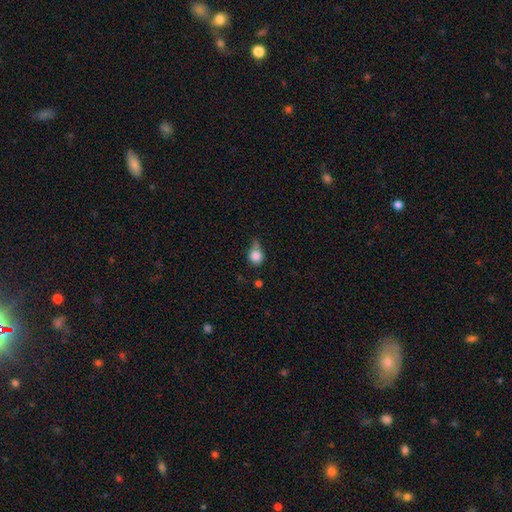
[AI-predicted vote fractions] A smooth galaxy with no disk features (81%) that is round (78%). Merging: minor disturbance (38%).